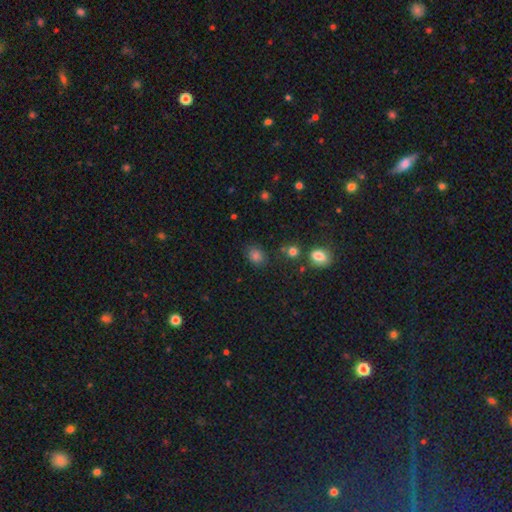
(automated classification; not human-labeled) smooth_or_featured: smooth (p=0.78) [alt: star or artifact p=0.16]
how_rounded: round (p=0.53) [alt: in between p=0.46]
merging: none (p=0.79) [alt: minor disturbance p=0.13]